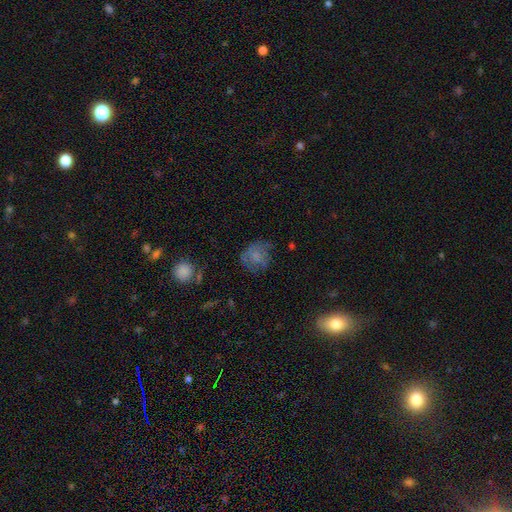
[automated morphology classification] A smooth galaxy with no disk features (60%) that is round (73%).

Vote fractions:
- Smooth or featured? smooth: 60% / featured or disk: 28% / star or artifact: 12%
- How rounded? round: 73% / in between: 26% / cigar-shaped: 1%
- Merging? none: 55% / minor disturbance: 24% / major disturbance: 18% / merger: 2%